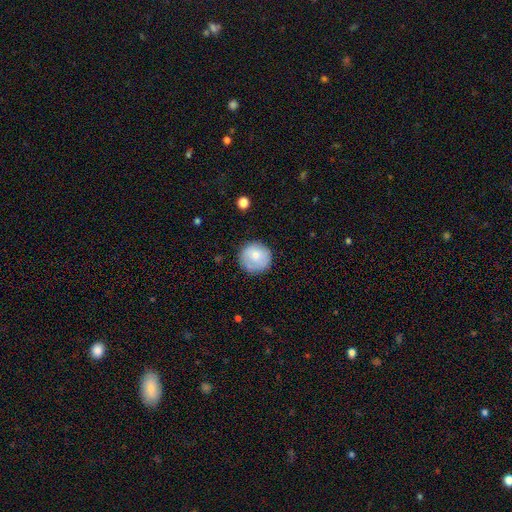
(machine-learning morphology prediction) Smooth or featured? Predicted: smooth (p=0.75). How rounded? Predicted: round (p=0.94). Merging? Predicted: none (p=0.81).